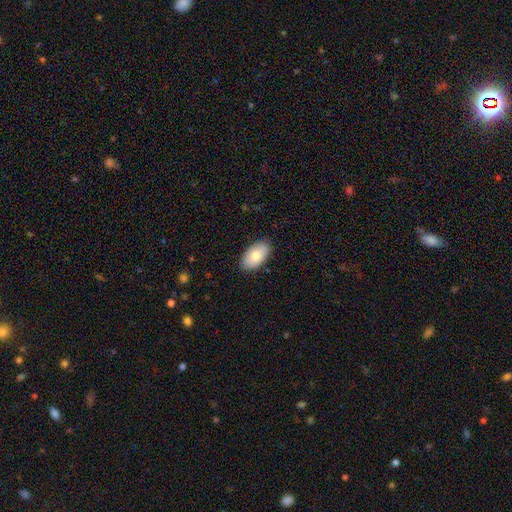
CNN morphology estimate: smooth_or_featured: smooth (p=0.79) [alt: featured or disk p=0.15]
how_rounded: in between (p=0.95) [alt: round p=0.04]
merging: none (p=0.87) [alt: minor disturbance p=0.10]